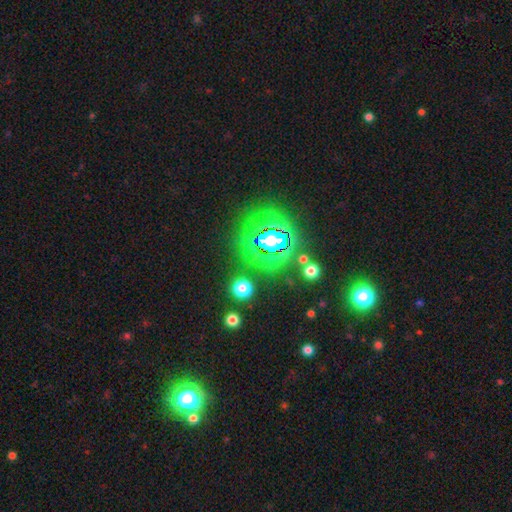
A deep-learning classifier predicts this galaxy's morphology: Smooth or featured: star or artifact — 84% (smooth — 10%)